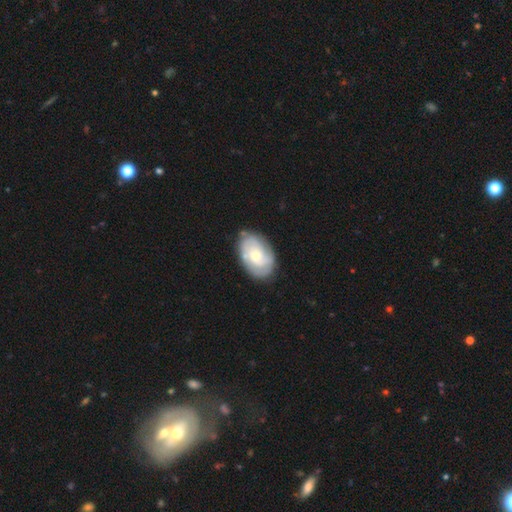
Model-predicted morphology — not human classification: Smooth or featured?
  - featured or disk: 63% *
  - smooth: 31%
  - star or artifact: 5%
Edge-on disk?
  - no: 96% *
  - yes: 4%
Bar?
  - no: 76% *
  - weak: 21%
  - strong: 4%
Spiral arms?
  - yes: 79% *
  - no: 21%
Bulge size?
  - moderate: 51% *
  - small: 44%
  - large: 3%
  - none: 1%
  - dominant: 1%
Merging?
  - none: 73% *
  - minor disturbance: 19%
  - major disturbance: 5%
  - merger: 3%